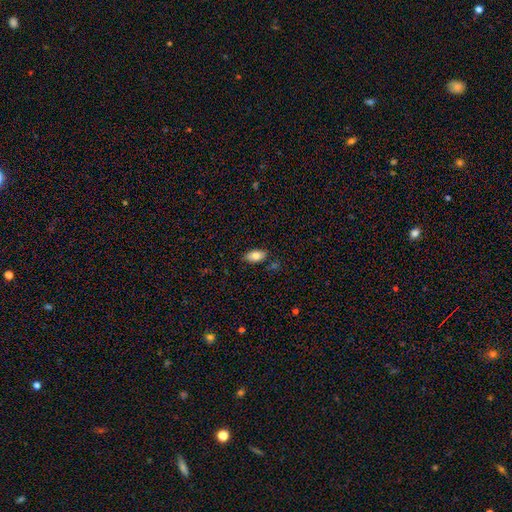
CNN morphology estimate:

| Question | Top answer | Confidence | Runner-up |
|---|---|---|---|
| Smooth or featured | smooth | 80% | featured or disk (13%) |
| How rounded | in between | 93% | round (4%) |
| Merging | none | 82% | minor disturbance (13%) |